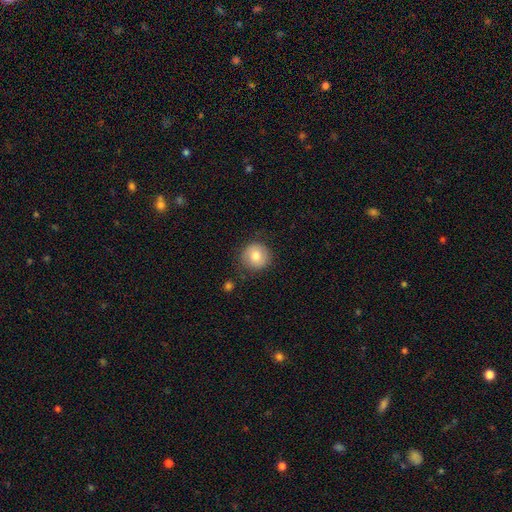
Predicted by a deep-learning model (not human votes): This appears to be a smooth galaxy with no disk features (78%) that is round (92%). Merging: none (80%).